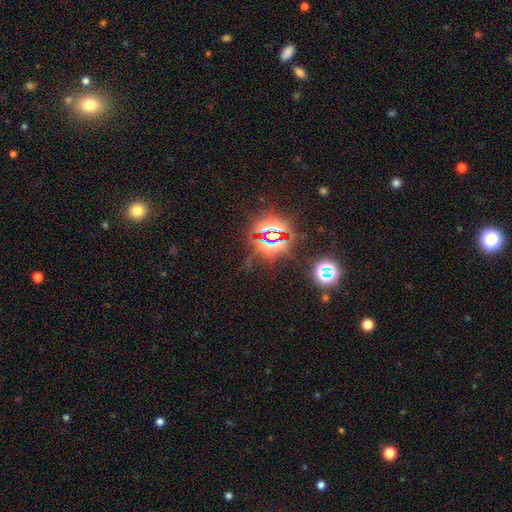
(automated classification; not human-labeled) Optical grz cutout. It shows a star or artifact, not a galaxy (81%).